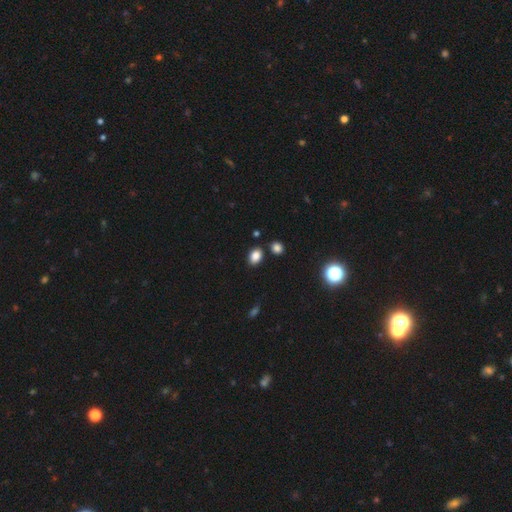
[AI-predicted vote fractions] The model was most divided on "how rounded": in between: 72%, round: 27%, cigar-shaped: 1%. More confident: smooth or featured — smooth (84%); merging — none (82%).